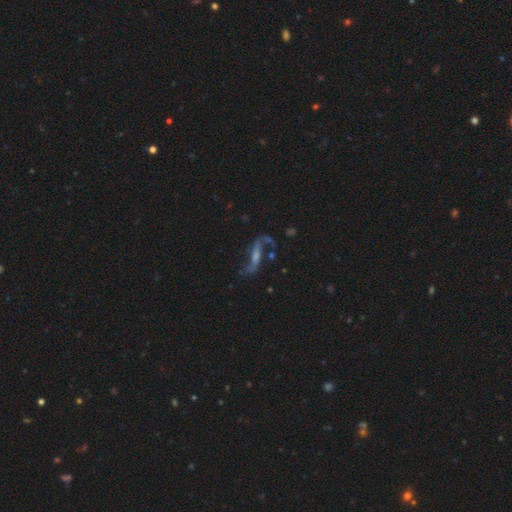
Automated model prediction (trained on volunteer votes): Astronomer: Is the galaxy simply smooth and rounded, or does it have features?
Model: featured or disk — 82%.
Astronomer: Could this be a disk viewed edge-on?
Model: no — 83%.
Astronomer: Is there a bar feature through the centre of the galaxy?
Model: strong — 37% (runner-up: weak, 36%).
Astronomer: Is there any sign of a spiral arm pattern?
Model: yes — 92%.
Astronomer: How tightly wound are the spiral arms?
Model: loose — 83%.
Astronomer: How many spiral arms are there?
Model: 2 — 89%.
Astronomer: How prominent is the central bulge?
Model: small — 42% (runner-up: moderate, 33%).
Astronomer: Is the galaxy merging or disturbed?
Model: none — 62%.